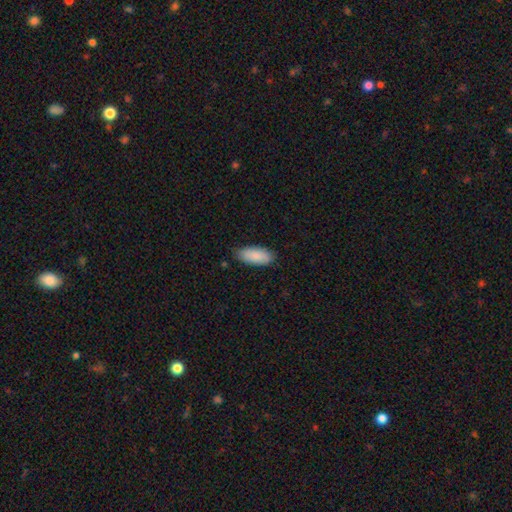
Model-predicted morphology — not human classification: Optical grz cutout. It shows a smooth galaxy with no disk features (88%) that is in between round and cigar-shaped (88%). Merging: none (78%).